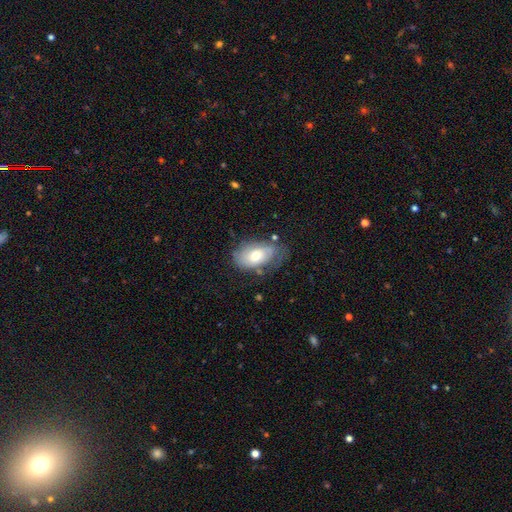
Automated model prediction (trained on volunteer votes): A smooth galaxy with no disk features (59%) that is in between round and cigar-shaped (92%).

Vote fractions:
- Smooth or featured? smooth: 59% / featured or disk: 34% / star or artifact: 7%
- How rounded? in between: 92% / round: 7% / cigar-shaped: 2%
- Merging? none: 53% / minor disturbance: 30% / major disturbance: 14% / merger: 3%